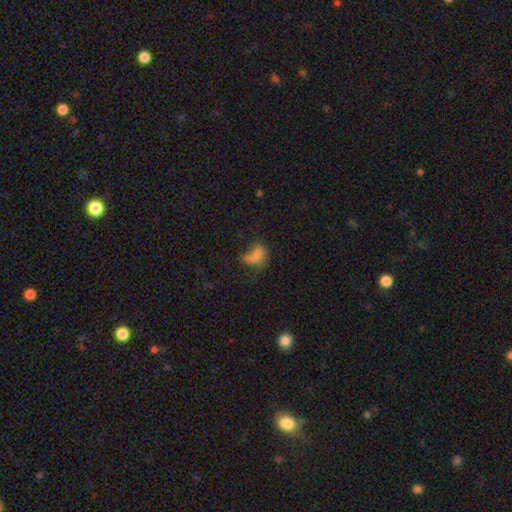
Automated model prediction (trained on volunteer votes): Smooth or featured?
  - smooth: 66% *
  - featured or disk: 19%
  - star or artifact: 15%
How rounded?
  - in between: 80% *
  - round: 17%
  - cigar-shaped: 3%
Merging?
  - major disturbance: 37% *
  - none: 31%
  - minor disturbance: 25%
  - merger: 8%